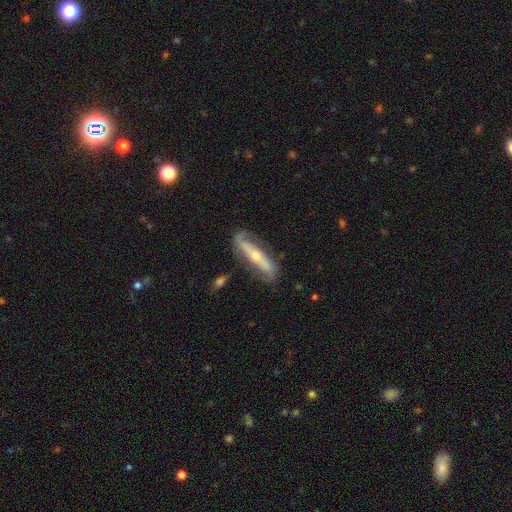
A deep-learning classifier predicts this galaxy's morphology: type=featured or disk (72%); edge-on=no (55%); merging=none (69%).